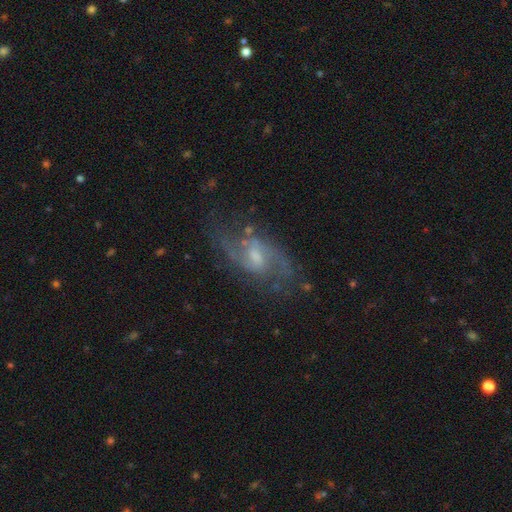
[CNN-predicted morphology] A featured or disk galaxy (85%) with a weak bar (60%), 2 (83%) medium (49%) spiral arms (94%) and a moderate central bulge (46%).

Vote fractions:
- Smooth or featured? featured or disk: 85% / smooth: 8% / star or artifact: 7%
- Edge-on disk? no: 95% / yes: 5%
- Bar? weak: 60% / no: 28% / strong: 12%
- Spiral arms? yes: 94% / no: 6%
- Spiral winding? medium: 49% / loose: 38% / tight: 14%
- Spiral arm count? 2: 83% / can't tell: 8% / 3: 3% / 1: 2% / 4: 2% / more than 4: 1%
- Bulge size? moderate: 46% / small: 40% / none: 8% / large: 4% / dominant: 1%
- Merging? none: 70% / minor disturbance: 18% / major disturbance: 10% / merger: 2%